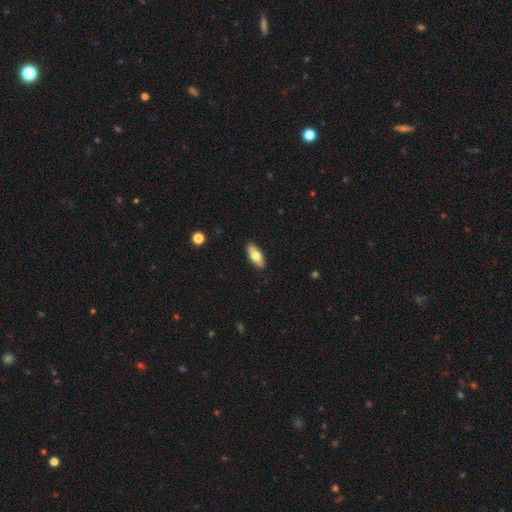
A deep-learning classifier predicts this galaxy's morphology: smooth_or_featured: smooth (p=0.71) [alt: featured or disk p=0.23]
how_rounded: in between (p=0.78) [alt: cigar-shaped p=0.20]
merging: none (p=0.90) [alt: minor disturbance p=0.07]